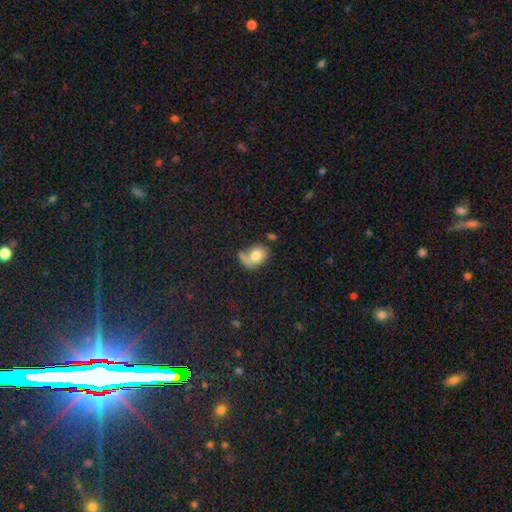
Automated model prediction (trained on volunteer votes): Smooth or featured? Predicted: smooth (p=0.70). How rounded? Predicted: in between (p=0.61). Merging? Predicted: none (p=0.38).